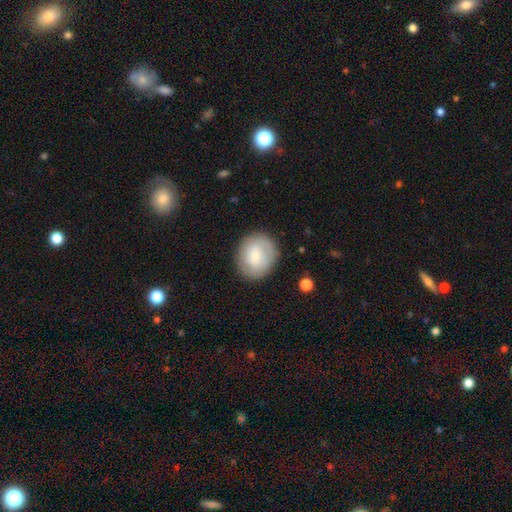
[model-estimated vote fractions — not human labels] A smooth galaxy with no disk features (73%) that is round (73%).

Vote fractions:
- Smooth or featured? smooth: 73% / featured or disk: 20% / star or artifact: 7%
- How rounded? round: 73% / in between: 26% / cigar-shaped: 1%
- Merging? none: 83% / minor disturbance: 12% / major disturbance: 4% / merger: 1%